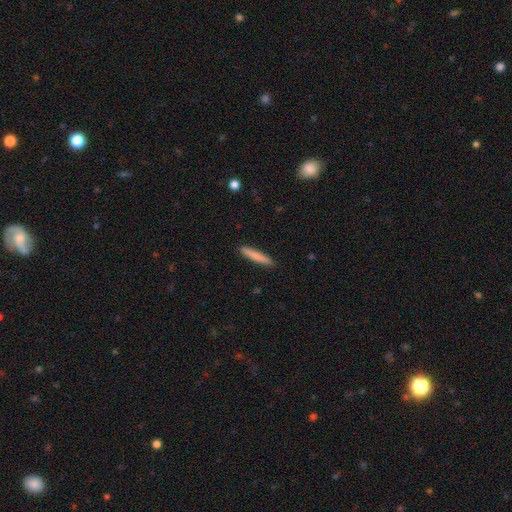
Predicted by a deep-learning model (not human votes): Overall: smooth (81%). How rounded: cigar-shaped (93%). Merging: none (91%).